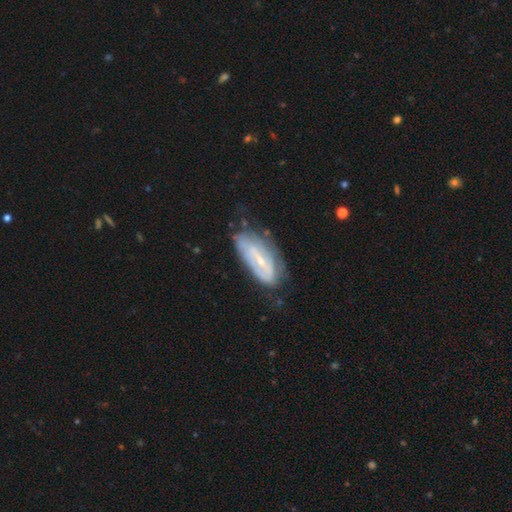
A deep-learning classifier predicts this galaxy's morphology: This appears to be a featured or disk galaxy (66%) with no bar (46%), spiral arms (70%) and a small central bulge (71%). Merging: none (60%).